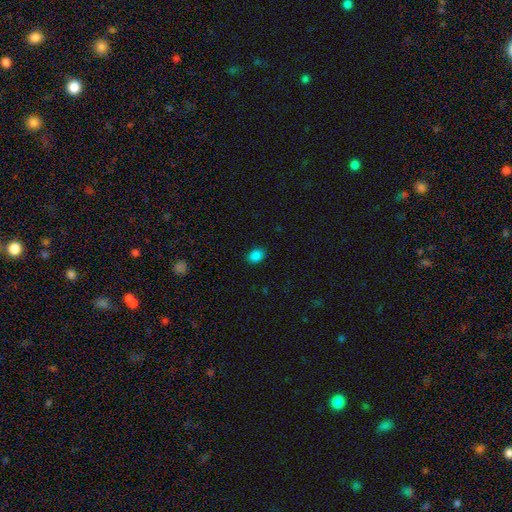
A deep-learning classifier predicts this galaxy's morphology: smooth 85%, star or artifact 12%, featured or disk 3%. Down the decision tree: how rounded — in between (60%); merging — none (89%).